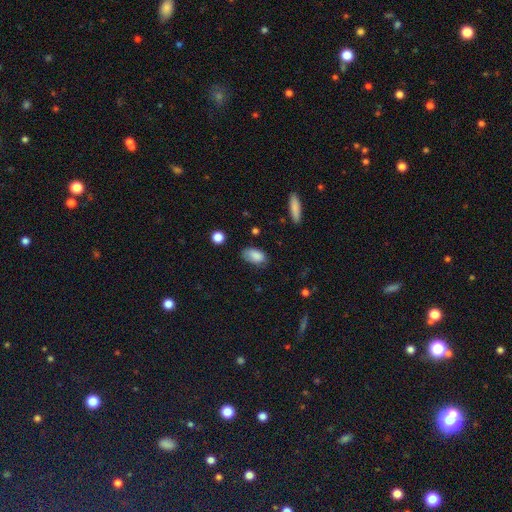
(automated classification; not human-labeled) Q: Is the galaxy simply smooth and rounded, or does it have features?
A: smooth — 84%.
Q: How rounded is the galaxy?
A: in between — 93%.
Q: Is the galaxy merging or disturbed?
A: none — 66%.